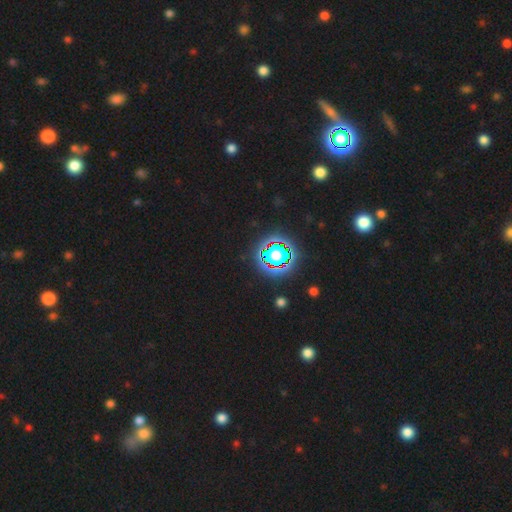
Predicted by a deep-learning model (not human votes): This is clearly a star or artifact rather than a galaxy (81%).